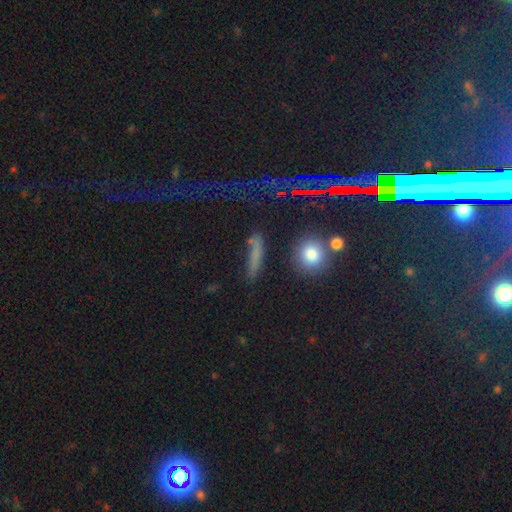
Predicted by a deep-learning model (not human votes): Smooth or featured: smooth — 65% (star or artifact — 18%)
How rounded: cigar-shaped — 81% (in between — 11%)
Merging: none — 71% (minor disturbance — 15%)